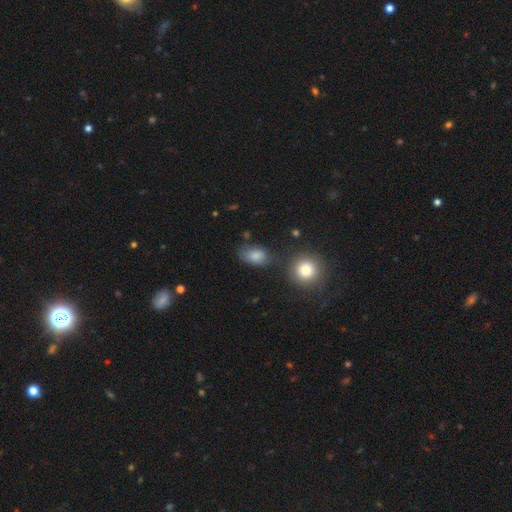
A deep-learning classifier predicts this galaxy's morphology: smooth_or_featured: smooth (p=0.80) [alt: star or artifact p=0.10]
how_rounded: in between (p=0.84) [alt: round p=0.14]
merging: none (p=0.61) [alt: minor disturbance p=0.23]